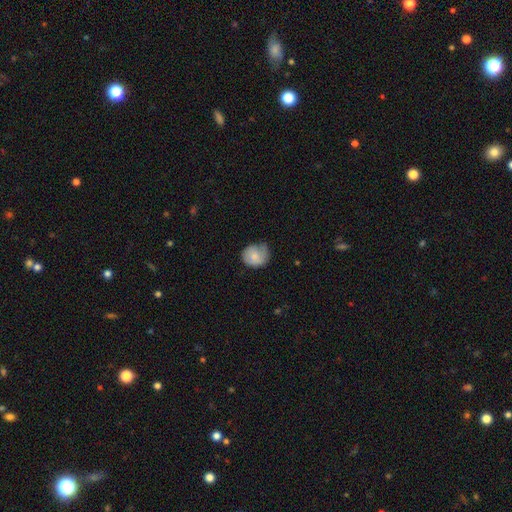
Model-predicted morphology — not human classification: Q: Smooth or featured?
A: smooth (75%); runner-up: featured or disk (18%)
Q: How rounded?
A: round (72%); runner-up: in between (27%)
Q: Merging?
A: none (49%); runner-up: minor disturbance (38%)